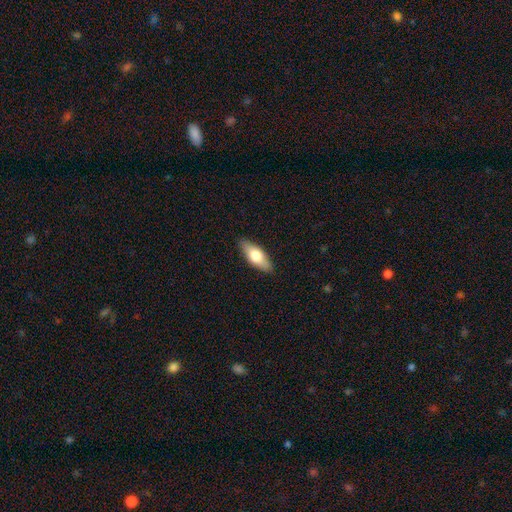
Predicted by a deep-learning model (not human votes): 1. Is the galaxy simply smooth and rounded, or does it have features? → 65% smooth, 29% featured or disk, 6% star or artifact.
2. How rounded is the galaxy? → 72% in between, 25% cigar-shaped, 3% round.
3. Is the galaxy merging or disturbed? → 88% none, 9% minor disturbance, 2% major disturbance, 1% merger.